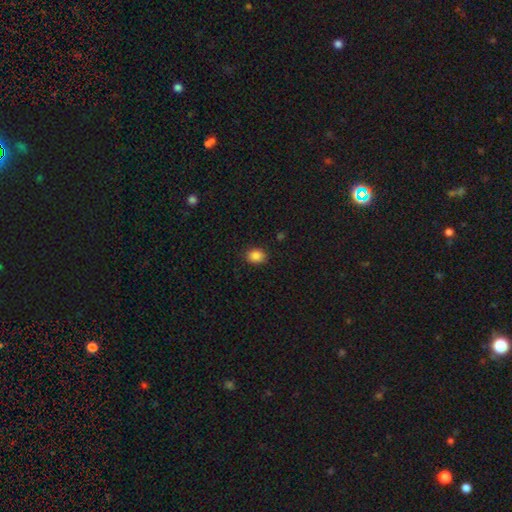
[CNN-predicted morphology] type=smooth (87%); roundness=in between (56%); merging=none (87%).